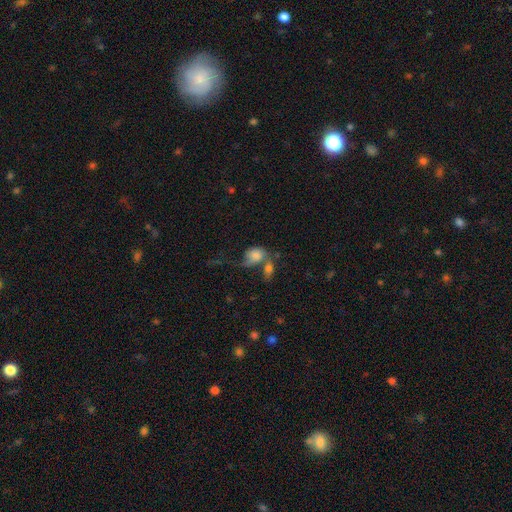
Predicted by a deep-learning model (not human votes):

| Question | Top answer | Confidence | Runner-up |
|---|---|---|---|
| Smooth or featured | smooth | 64% | featured or disk (26%) |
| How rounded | in between | 68% | round (30%) |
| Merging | merger | 48% | major disturbance (21%) |